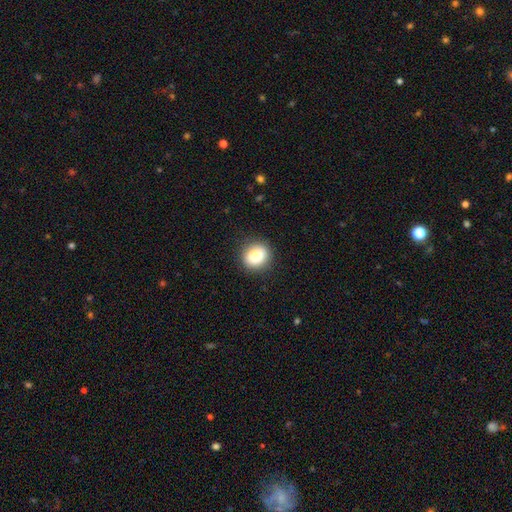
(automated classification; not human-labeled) This is clearly a smooth galaxy (84%). How rounded: likely round (76%). Merging: clearly none (89%).